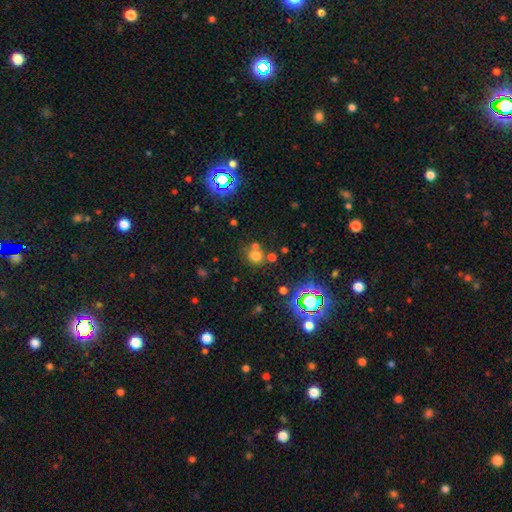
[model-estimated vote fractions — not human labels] The model was most divided on "merging": none: 62%, merger: 26%, minor disturbance: 8%, major disturbance: 4%. More confident: how rounded — round (89%); smooth or featured — smooth (66%).